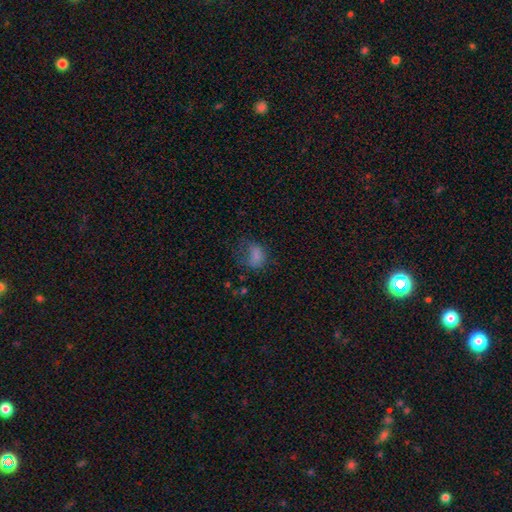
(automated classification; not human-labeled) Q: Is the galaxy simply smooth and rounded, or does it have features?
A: smooth — 69%.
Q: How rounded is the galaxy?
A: in between — 69%.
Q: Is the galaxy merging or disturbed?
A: major disturbance — 41%.